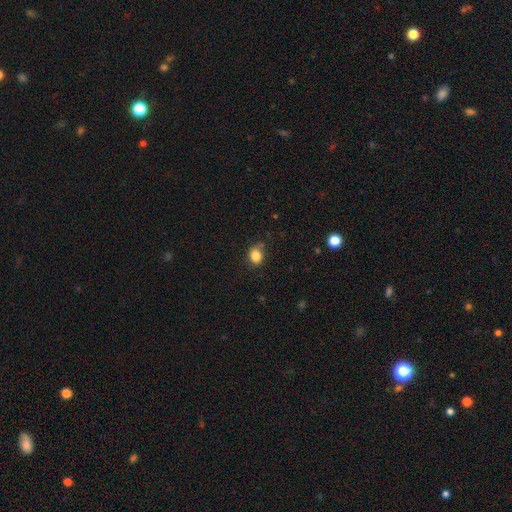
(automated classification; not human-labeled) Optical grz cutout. It shows a smooth galaxy with no disk features (84%) that is round (59%). Merging: none (66%).